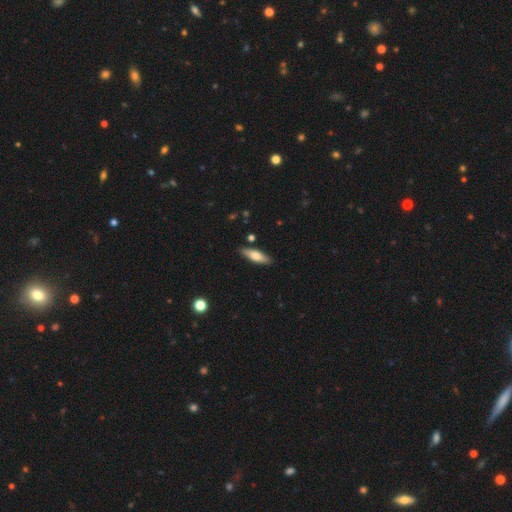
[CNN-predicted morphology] This appears to be a smooth galaxy with no disk features (68%) that is cigar-shaped (51%). Merging: none (87%).